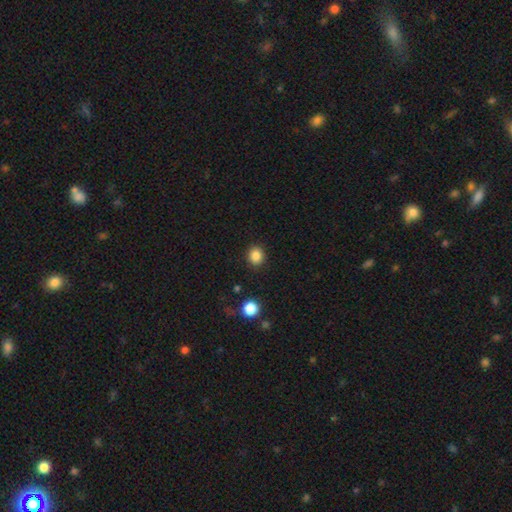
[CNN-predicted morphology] Smooth or featured? Predicted: smooth (p=0.85). How rounded? Predicted: round (p=0.79). Merging? Predicted: none (p=0.90).